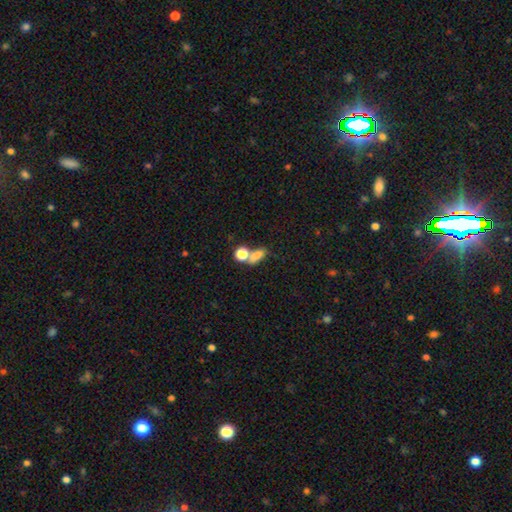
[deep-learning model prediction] Overall: smooth (71%). How rounded: in between (63%; round 26%). Merging: merger (42%; none 36%).